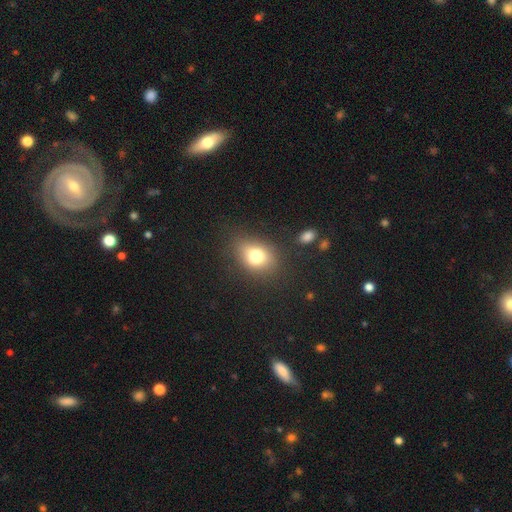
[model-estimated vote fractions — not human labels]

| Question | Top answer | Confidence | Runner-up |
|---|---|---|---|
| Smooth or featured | smooth | 75% | featured or disk (13%) |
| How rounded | in between | 62% | round (36%) |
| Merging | none | 77% | minor disturbance (15%) |